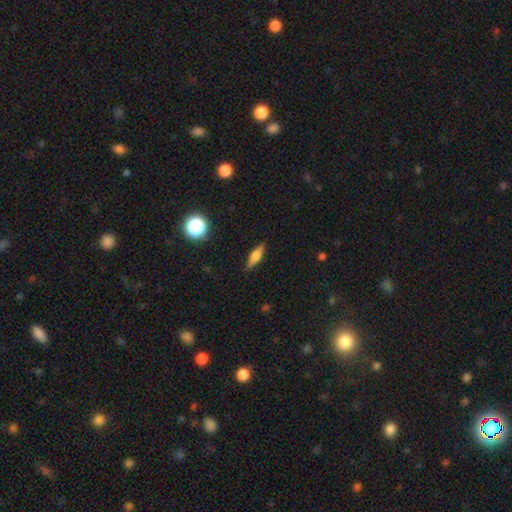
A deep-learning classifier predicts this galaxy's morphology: The model was most divided on "smooth or featured": smooth: 50%, featured or disk: 42%, star or artifact: 9%. More confident: merging — none (87%).